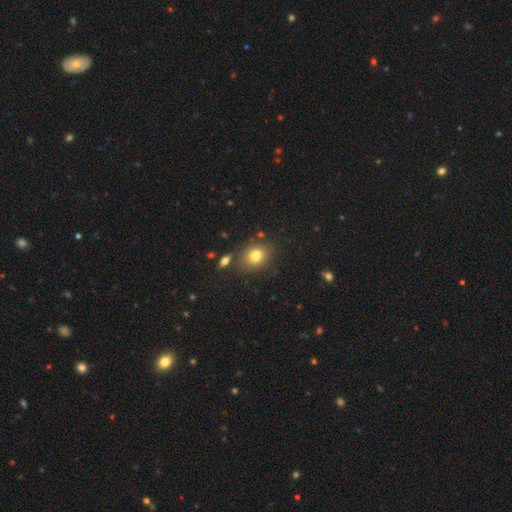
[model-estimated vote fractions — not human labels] Q: Smooth or featured?
A: smooth (79%); runner-up: star or artifact (11%)
Q: How rounded?
A: in between (52%); runner-up: round (47%)
Q: Merging?
A: none (73%); runner-up: minor disturbance (14%)